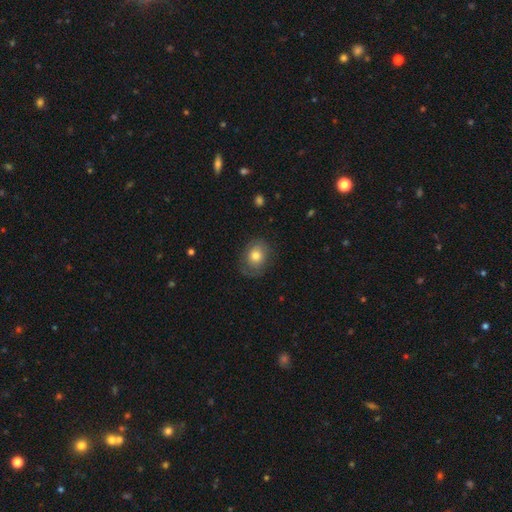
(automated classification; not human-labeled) Smooth or featured: smooth — 72% (featured or disk — 19%)
How rounded: round — 57% (in between — 42%)
Merging: none — 75% (minor disturbance — 18%)